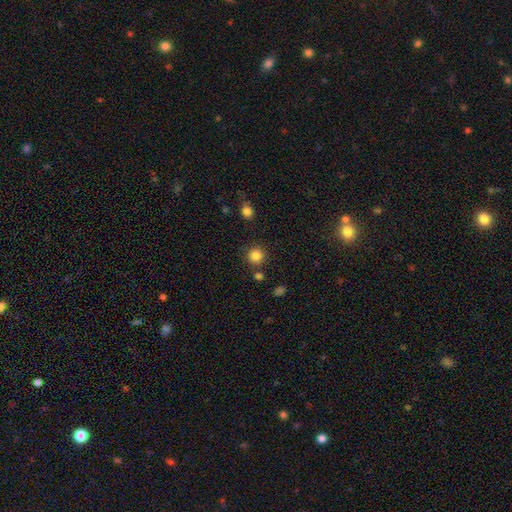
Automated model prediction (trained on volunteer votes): Smooth or featured? smooth (85%)
How rounded? round (94%)
Merging? none (84%)